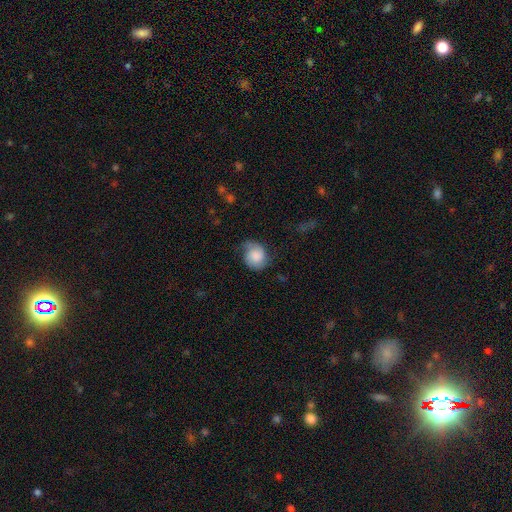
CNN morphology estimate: smooth-or-featured: smooth: 53% | featured or disk: 39% | star or artifact: 8%
  how-rounded: round: 67% | in between: 32% | cigar-shaped: 1%
  merging: none: 53% | minor disturbance: 30% | major disturbance: 15% | merger: 2%